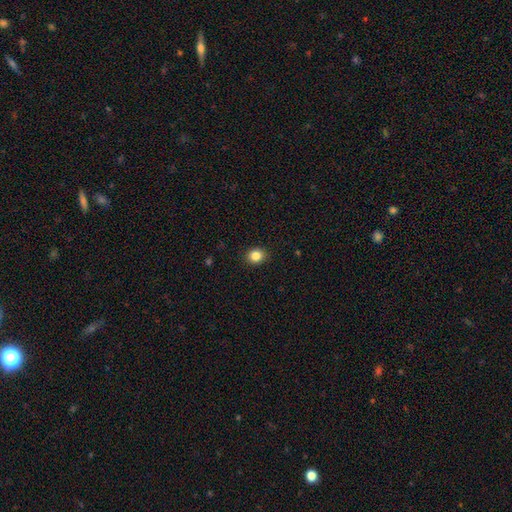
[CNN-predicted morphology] type=smooth (85%); roundness=round (71%); merging=none (91%).